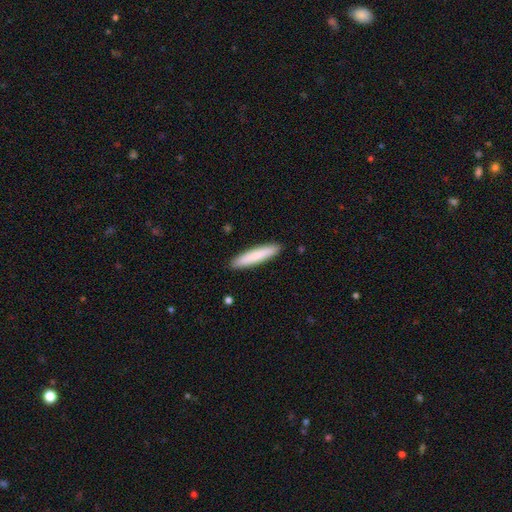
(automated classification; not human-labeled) This is clearly a smooth galaxy (81%). How rounded: clearly cigar-shaped (90%). Merging: clearly none (91%).